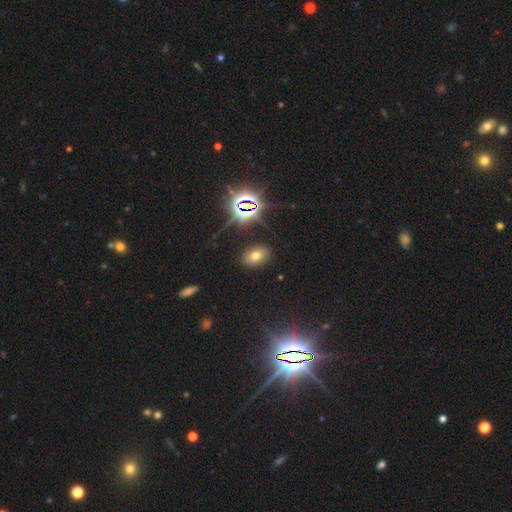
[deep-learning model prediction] Q: Smooth or featured?
A: smooth (59%); runner-up: star or artifact (30%)
Q: How rounded?
A: in between (85%); runner-up: round (13%)
Q: Merging?
A: none (87%); runner-up: minor disturbance (8%)